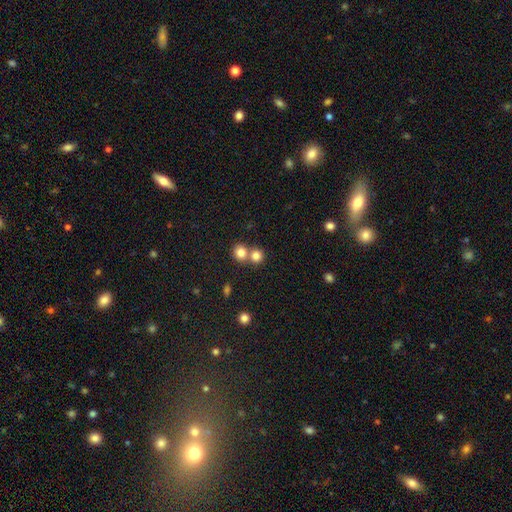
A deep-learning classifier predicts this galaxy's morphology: The model was most divided on "merging": none: 47%, merger: 45%, minor disturbance: 5%, major disturbance: 2%. More confident: how rounded — round (87%); smooth or featured — smooth (81%).